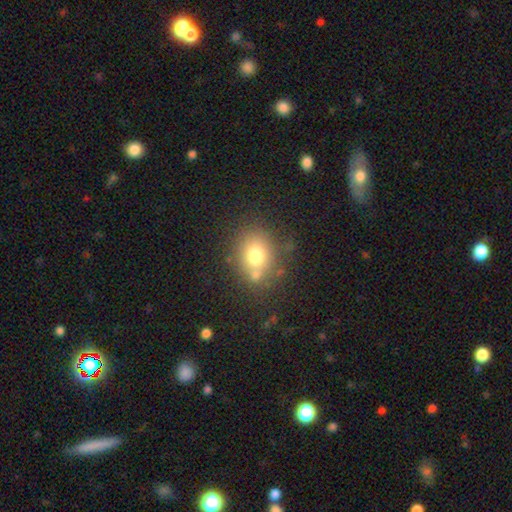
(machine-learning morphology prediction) Smooth or featured: smooth — 74% (featured or disk — 14%)
How rounded: round — 56% (in between — 43%)
Merging: none — 65% (merger — 16%)